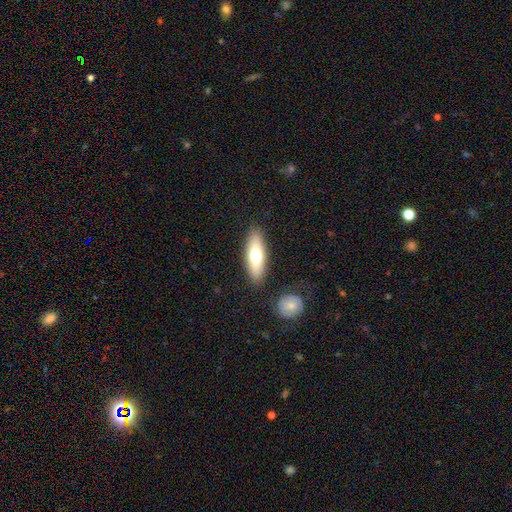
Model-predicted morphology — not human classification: Smooth or featured?
  - smooth: 65% *
  - featured or disk: 29%
  - star or artifact: 6%
How rounded?
  - in between: 53% *
  - cigar-shaped: 44%
  - round: 2%
Merging?
  - none: 86% *
  - minor disturbance: 9%
  - merger: 3%
  - major disturbance: 2%